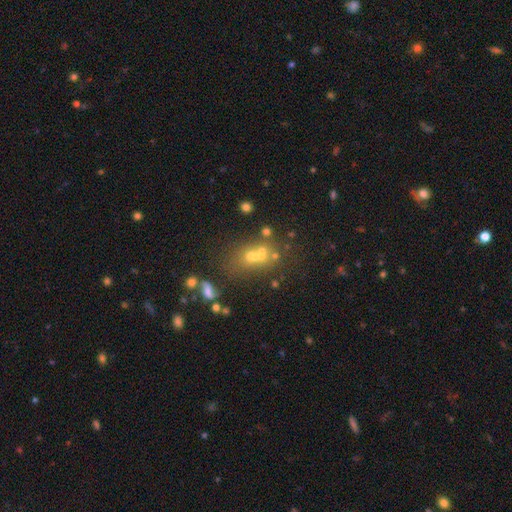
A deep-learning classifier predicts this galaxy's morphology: This appears to be a smooth galaxy with no disk features (45%). Merging: merger (42%).